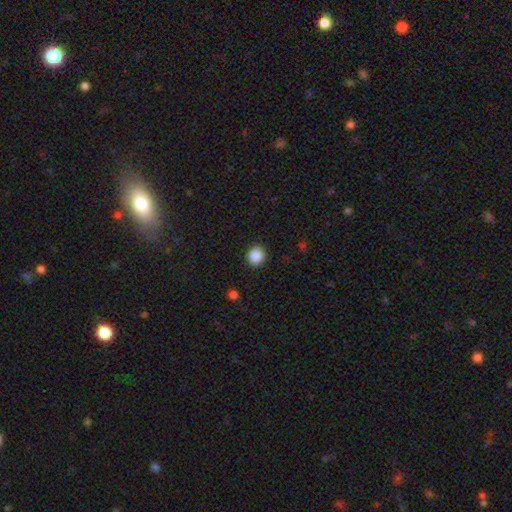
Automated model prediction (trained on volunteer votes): A smooth galaxy with no disk features (88%) that is round (90%).

Vote fractions:
- Smooth or featured? smooth: 88% / star or artifact: 9% / featured or disk: 3%
- How rounded? round: 90% / in between: 9% / cigar-shaped: 1%
- Merging? none: 91% / minor disturbance: 6% / major disturbance: 2% / merger: 1%